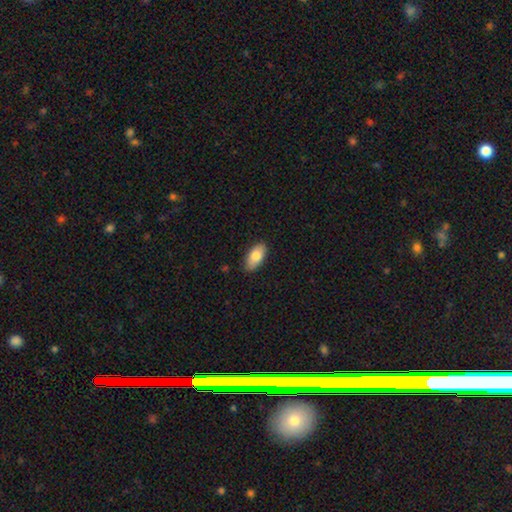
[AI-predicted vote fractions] This is clearly a smooth galaxy (80%). How rounded: clearly in between (92%). Merging: clearly none (88%).